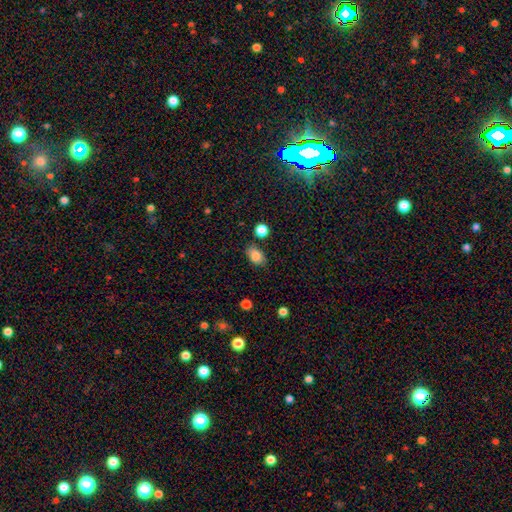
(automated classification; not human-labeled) smooth_or_featured: smooth (p=0.86) [alt: star or artifact p=0.09]
how_rounded: in between (p=0.85) [alt: round p=0.14]
merging: none (p=0.79) [alt: minor disturbance p=0.13]